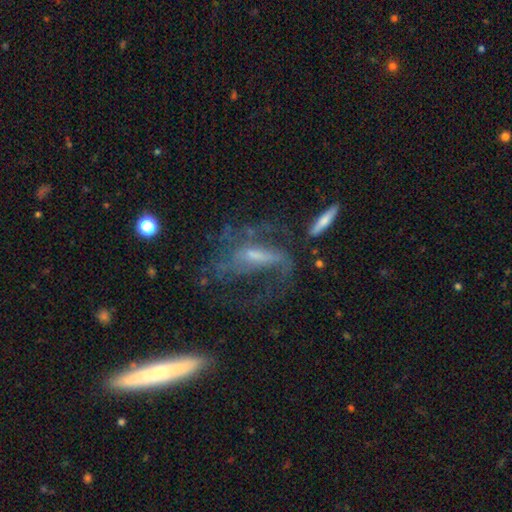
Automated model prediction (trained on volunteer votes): This is likely a featured or disk galaxy (74%). It is clearly not viewed edge-on (88%). Bar: marginally weak (41%). Spiral arm pattern: likely yes (74%). Central bulge: marginally small (43%). Merging: marginally major disturbance (41%).